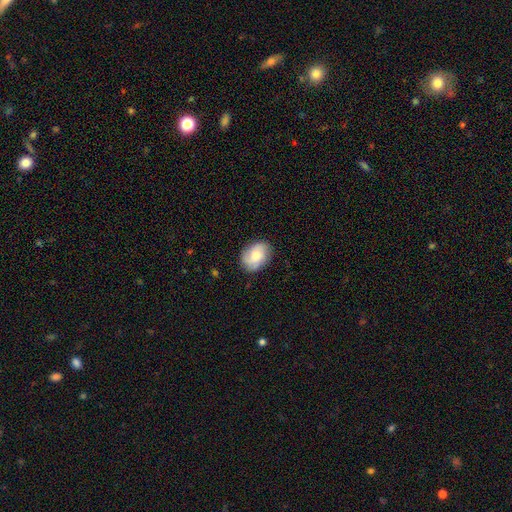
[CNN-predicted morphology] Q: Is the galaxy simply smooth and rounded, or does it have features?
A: smooth — 56%.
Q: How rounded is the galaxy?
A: in between — 64%.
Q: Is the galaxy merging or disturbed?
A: none — 80%.